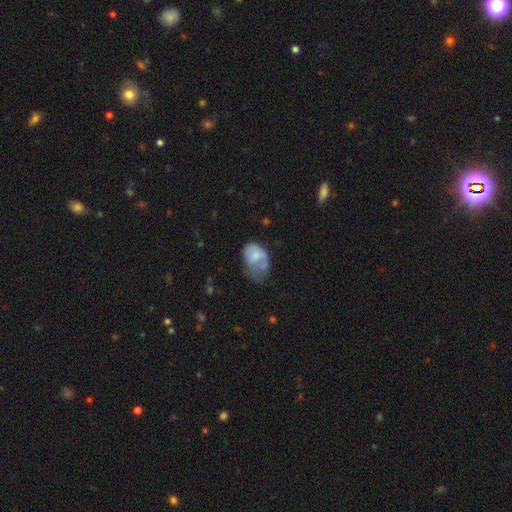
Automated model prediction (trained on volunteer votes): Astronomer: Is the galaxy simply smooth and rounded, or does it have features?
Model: smooth — 68%.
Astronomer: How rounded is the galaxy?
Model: in between — 80%.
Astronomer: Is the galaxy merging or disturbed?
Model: major disturbance — 39% (runner-up: minor disturbance, 36%).